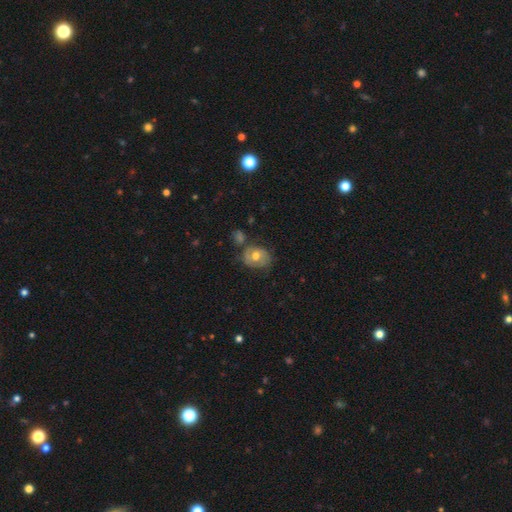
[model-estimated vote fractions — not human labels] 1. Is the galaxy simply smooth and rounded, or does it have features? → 51% featured or disk, 41% smooth, 8% star or artifact.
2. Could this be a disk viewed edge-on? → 96% no, 4% yes.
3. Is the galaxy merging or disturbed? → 58% none, 24% minor disturbance, 10% major disturbance, 8% merger.